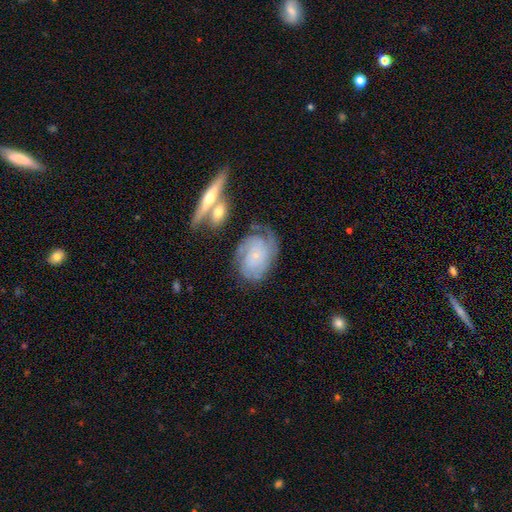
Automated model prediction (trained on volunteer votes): Smooth or featured? featured or disk (78%)
Edge-on disk? no (96%)
Bar? no (78%)
Spiral arms? yes (94%)
Spiral winding? tight (67%)
Spiral arm count? can't tell (29%)
Bulge size? small (82%)
Merging? none (63%)